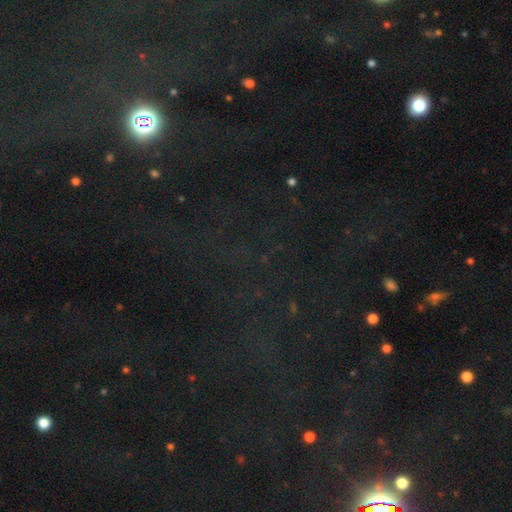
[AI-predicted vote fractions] Smooth or featured? Predicted: star or artifact (p=0.77).